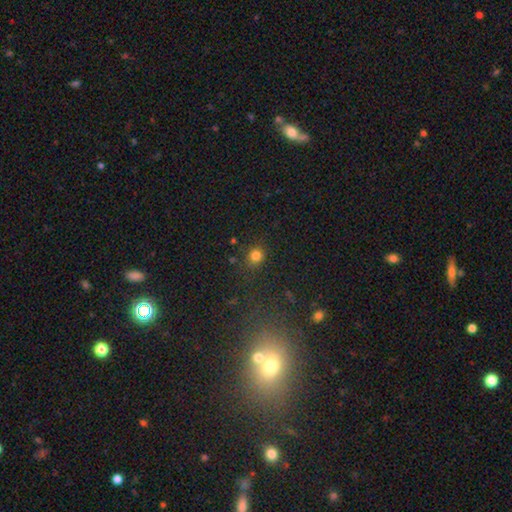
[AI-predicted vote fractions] This appears to be a smooth galaxy with no disk features (79%) that is round (83%). Merging: none (82%).